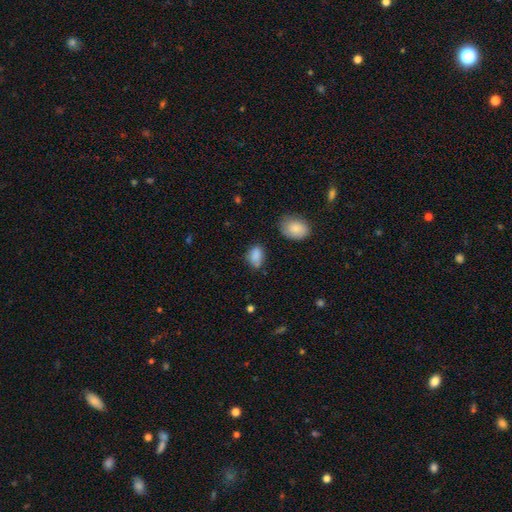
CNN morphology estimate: This appears to be a smooth galaxy with no disk features (85%) that is in between round and cigar-shaped (84%). Merging: none (63%).